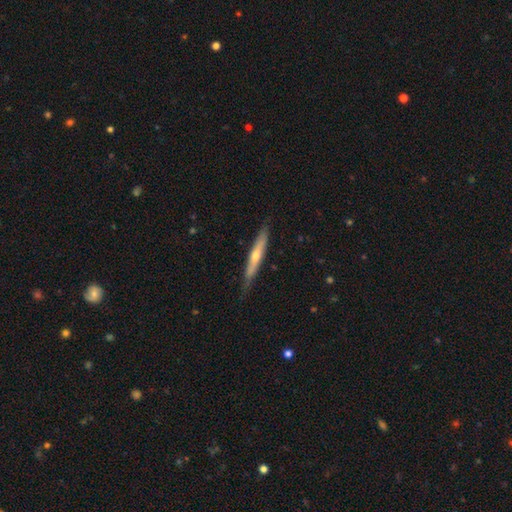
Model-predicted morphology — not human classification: smooth-or-featured: featured or disk: 61% | smooth: 33% | star or artifact: 6%
  disk-edge-on: yes: 93% | no: 7%
    edge-on-bulge: rounded: 75% | none: 22% | boxy: 3%
  merging: none: 84% | minor disturbance: 13% | major disturbance: 2% | merger: 1%